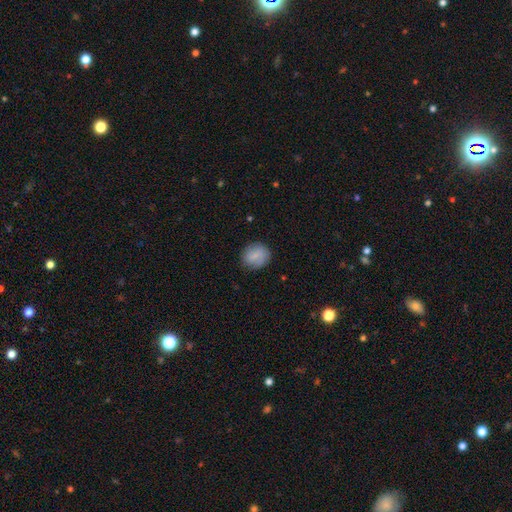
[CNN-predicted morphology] This is likely a smooth galaxy (79%). How rounded: likely round (75%). Merging: clearly none (83%).